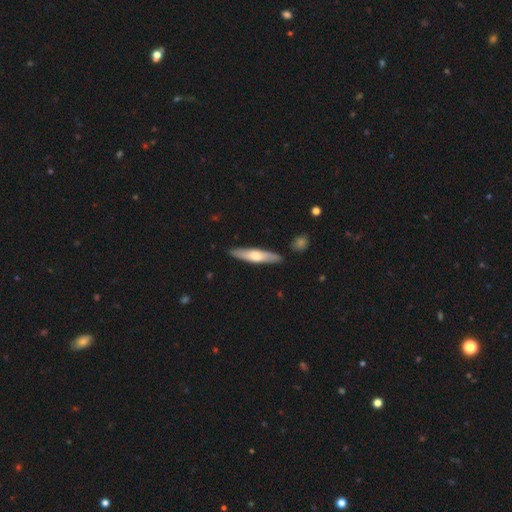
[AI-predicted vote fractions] A smooth galaxy with no disk features (52%) that is cigar-shaped (83%).

Vote fractions:
- Smooth or featured? smooth: 52% / featured or disk: 43% / star or artifact: 5%
- How rounded? cigar-shaped: 83% / in between: 15% / round: 2%
- Merging? none: 88% / minor disturbance: 8% / merger: 2% / major disturbance: 2%